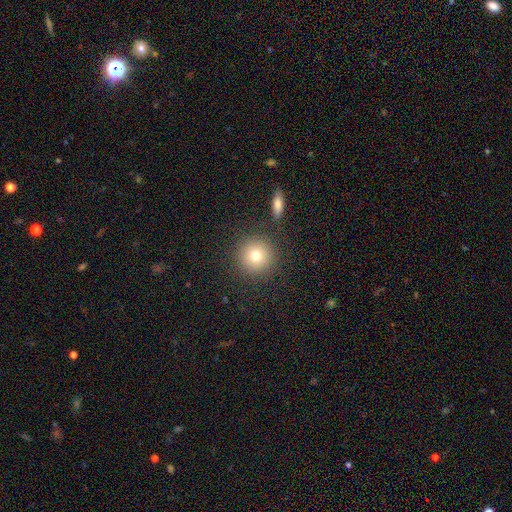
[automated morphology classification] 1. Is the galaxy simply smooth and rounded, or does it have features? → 76% smooth, 13% star or artifact, 11% featured or disk.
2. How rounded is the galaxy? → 95% round, 4% in between, 1% cigar-shaped.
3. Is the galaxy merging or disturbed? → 87% none, 6% minor disturbance, 4% merger, 3% major disturbance.